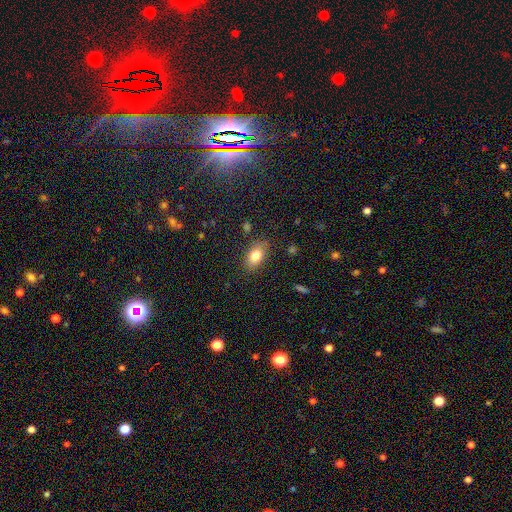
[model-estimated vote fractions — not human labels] Smooth or featured?
  - smooth: 81% *
  - featured or disk: 11%
  - star or artifact: 8%
How rounded?
  - in between: 88% *
  - round: 8%
  - cigar-shaped: 4%
Merging?
  - none: 83% *
  - minor disturbance: 12%
  - major disturbance: 3%
  - merger: 2%